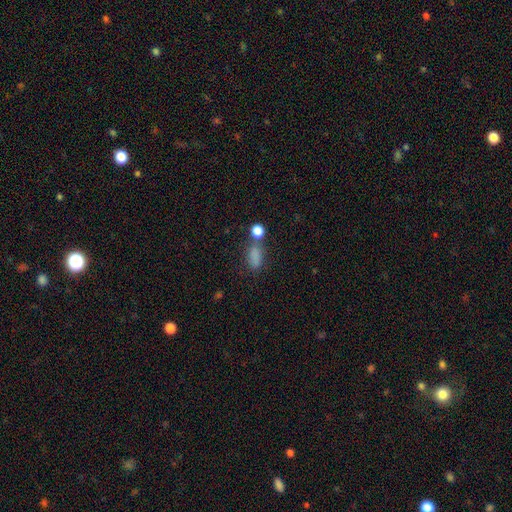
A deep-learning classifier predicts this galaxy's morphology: Smooth or featured? smooth (78%)
How rounded? in between (74%)
Merging? none (52%)